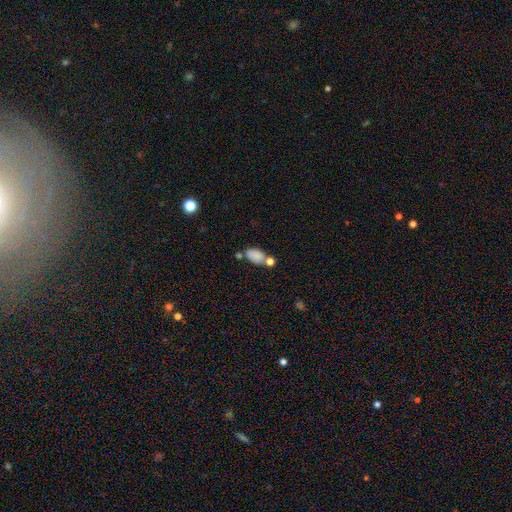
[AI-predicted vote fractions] This appears to be a smooth galaxy with no disk features (83%) that is in between round and cigar-shaped (90%). Merging: none (51%).